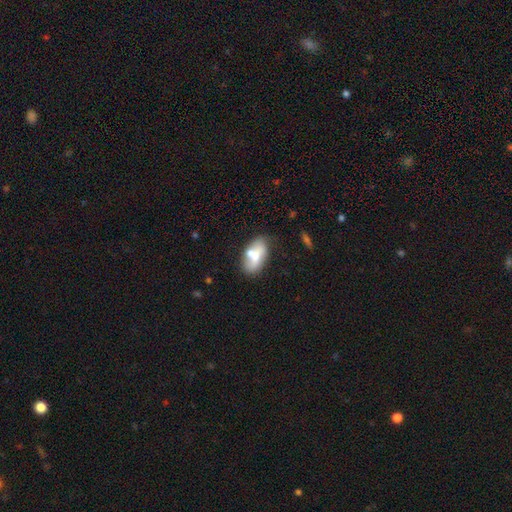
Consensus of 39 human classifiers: Volunteers were most divided on "merging": none: 49%, minor disturbance: 30%, merger: 16%, major disturbance: 5%. More confident: how rounded — in between (96%); smooth or featured — smooth (64%).